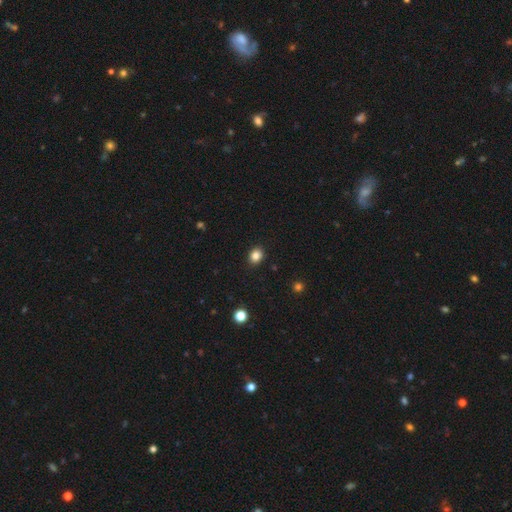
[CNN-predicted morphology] smooth 84%, star or artifact 11%, featured or disk 4%. Down the decision tree: how rounded — round (61%); merging — none (90%).